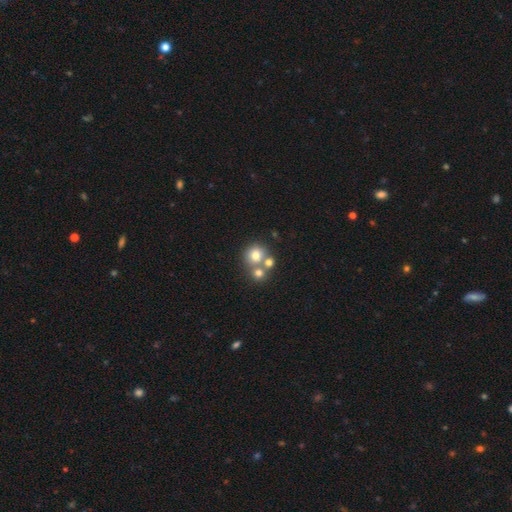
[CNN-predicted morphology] Overall: smooth (70%). How rounded: round (85%). Merging: none (48%; merger 41%).